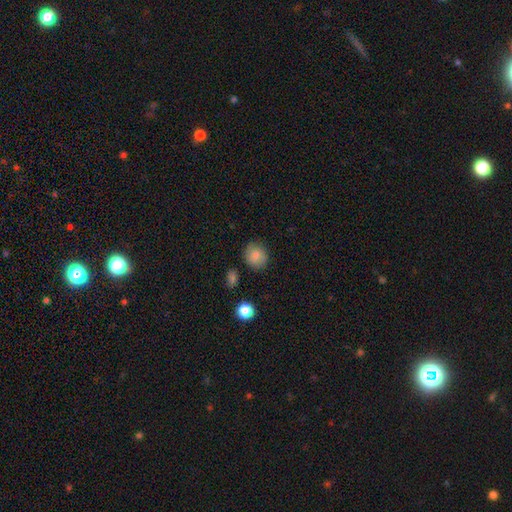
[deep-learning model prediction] A smooth galaxy with no disk features (84%) that is round (79%).

Vote fractions:
- Smooth or featured? smooth: 84% / star or artifact: 9% / featured or disk: 7%
- How rounded? round: 79% / in between: 20% / cigar-shaped: 1%
- Merging? none: 84% / minor disturbance: 11% / major disturbance: 3% / merger: 2%